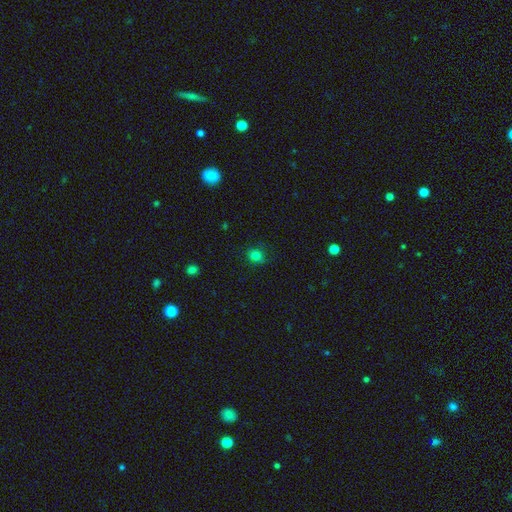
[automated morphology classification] A smooth galaxy with no disk features (80%) that is round (83%). Merging: none (86%).